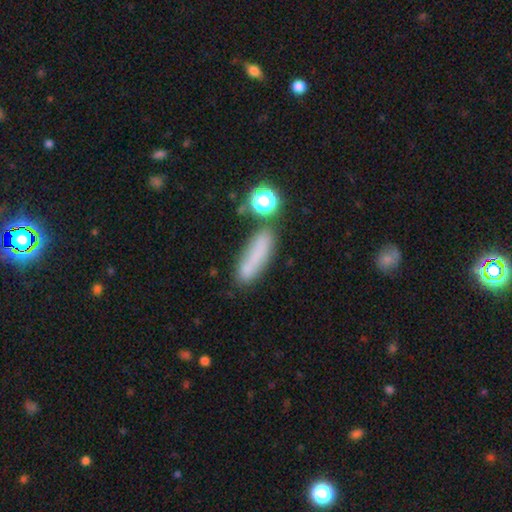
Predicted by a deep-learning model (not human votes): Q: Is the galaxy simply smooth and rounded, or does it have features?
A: smooth — 70%.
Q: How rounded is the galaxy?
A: cigar-shaped — 65%.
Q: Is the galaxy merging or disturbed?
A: none — 62%.